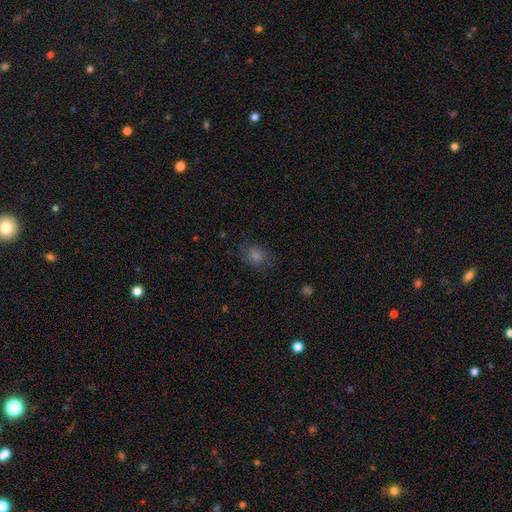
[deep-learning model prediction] This appears to be a smooth galaxy with no disk features (62%) that is round (61%). Merging: none (78%).